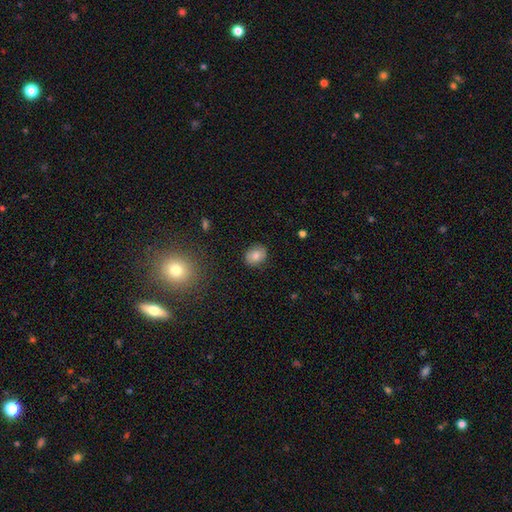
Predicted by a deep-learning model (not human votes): Smooth or featured?
  - smooth: 78% *
  - featured or disk: 12%
  - star or artifact: 10%
How rounded?
  - in between: 55% *
  - round: 44%
  - cigar-shaped: 1%
Merging?
  - none: 84% *
  - minor disturbance: 12%
  - major disturbance: 3%
  - merger: 1%